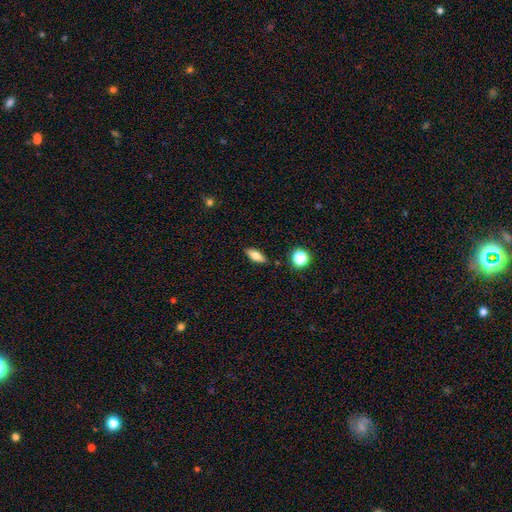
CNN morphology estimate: Smooth or featured?
  - smooth: 67% *
  - featured or disk: 25%
  - star or artifact: 9%
How rounded?
  - in between: 67% *
  - cigar-shaped: 28%
  - round: 5%
Merging?
  - none: 86% *
  - minor disturbance: 10%
  - merger: 2%
  - major disturbance: 2%